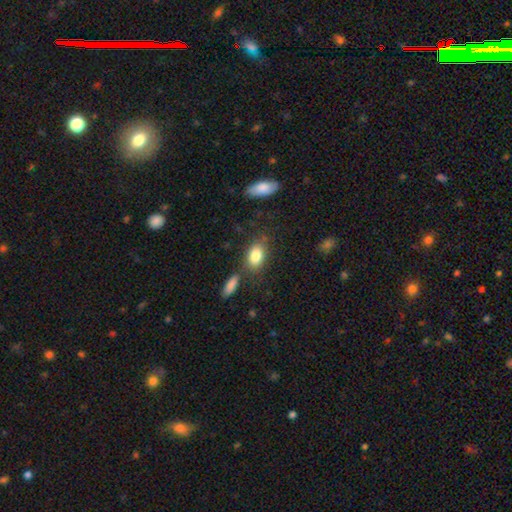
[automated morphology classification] This is clearly a smooth galaxy (84%). How rounded: clearly in between (87%). Merging: likely none (68%).